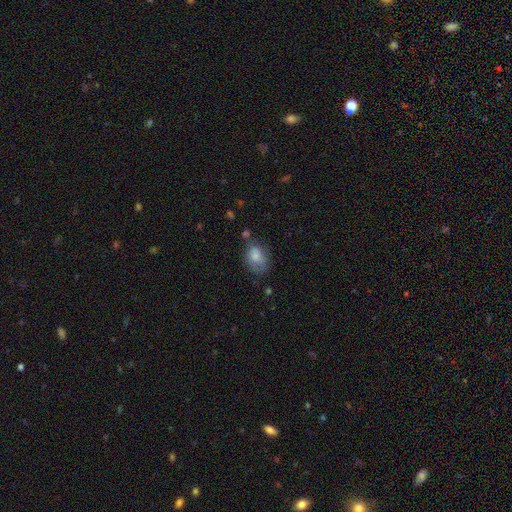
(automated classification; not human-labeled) A smooth galaxy with no disk features (74%) that is in between round and cigar-shaped (79%).

Vote fractions:
- Smooth or featured? smooth: 74% / featured or disk: 17% / star or artifact: 9%
- How rounded? in between: 79% / round: 20% / cigar-shaped: 1%
- Merging? none: 46% / minor disturbance: 31% / major disturbance: 16% / merger: 8%